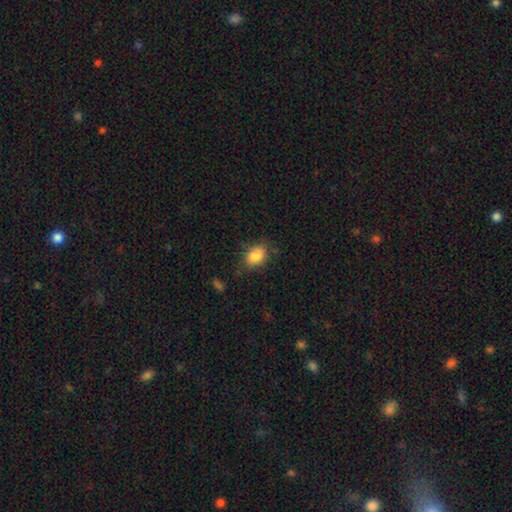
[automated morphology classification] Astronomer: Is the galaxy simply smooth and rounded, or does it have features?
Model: smooth — 85%.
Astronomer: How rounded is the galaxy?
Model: in between — 76%.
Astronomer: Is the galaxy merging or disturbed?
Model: none — 78%.